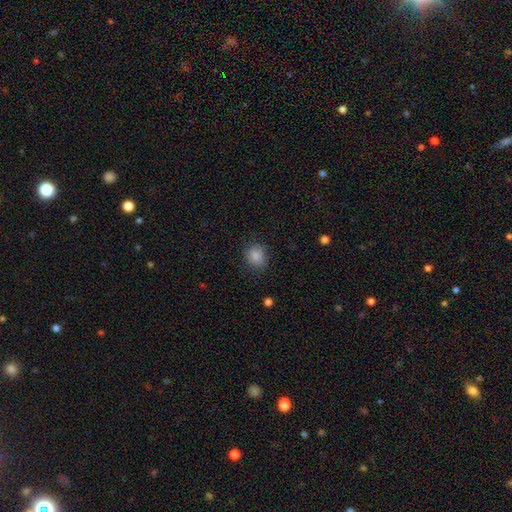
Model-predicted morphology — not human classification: Smooth or featured?
  - smooth: 82% *
  - star or artifact: 11%
  - featured or disk: 7%
How rounded?
  - round: 73% *
  - in between: 26%
  - cigar-shaped: 1%
Merging?
  - none: 82% *
  - minor disturbance: 13%
  - major disturbance: 4%
  - merger: 1%